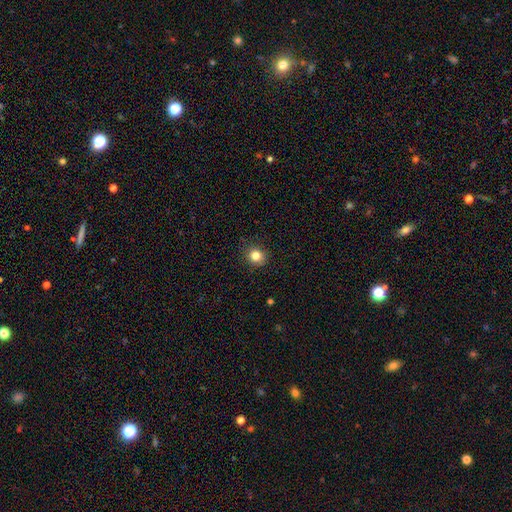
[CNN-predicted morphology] Smooth or featured: smooth — 83% (star or artifact — 12%)
How rounded: round — 85% (in between — 14%)
Merging: none — 88% (minor disturbance — 8%)